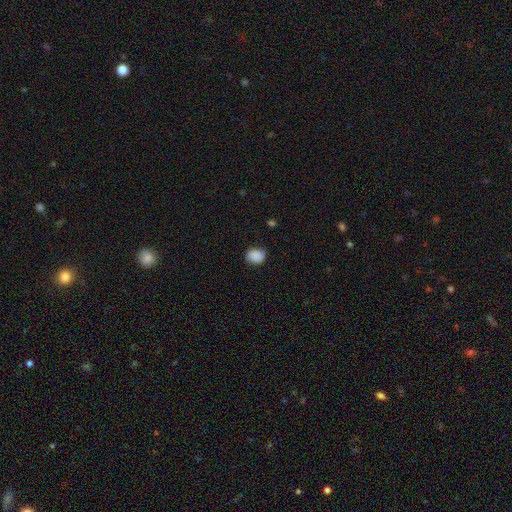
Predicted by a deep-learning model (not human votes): The model was most divided on "how rounded": round: 60%, in between: 39%, cigar-shaped: 1%. More confident: smooth or featured — smooth (86%); merging — none (76%).